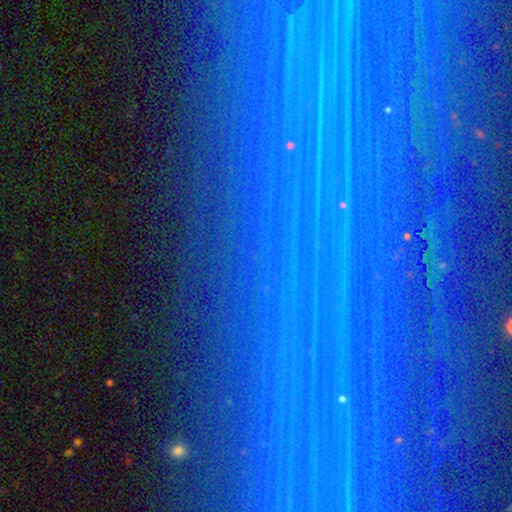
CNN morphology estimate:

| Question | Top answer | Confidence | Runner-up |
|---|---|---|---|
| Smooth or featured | star or artifact | 81% | featured or disk (10%) |